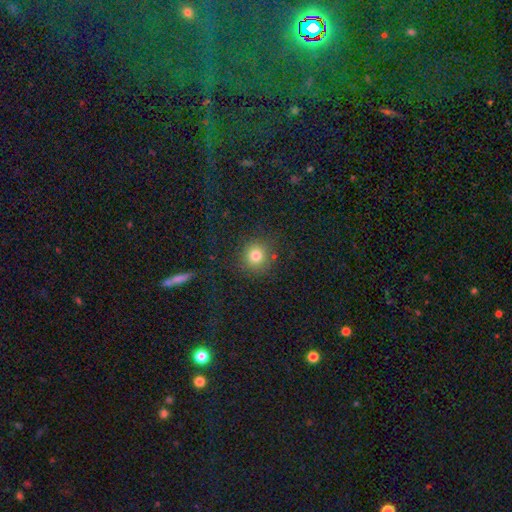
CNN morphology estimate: Overall: smooth (79%). How rounded: round (91%). Merging: none (83%).